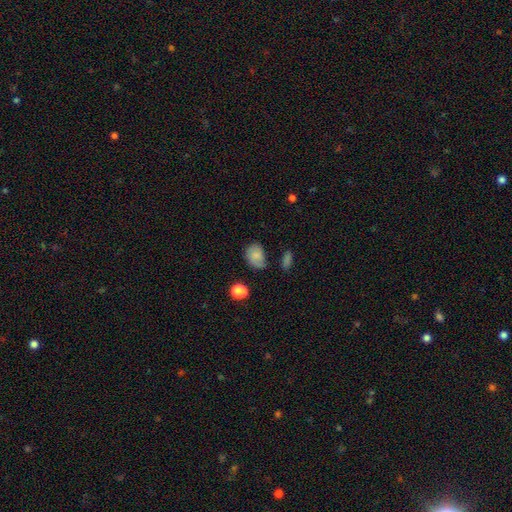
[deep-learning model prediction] Smooth or featured: smooth — 72% (featured or disk — 17%)
How rounded: in between — 73% (round — 26%)
Merging: none — 50% (minor disturbance — 32%)